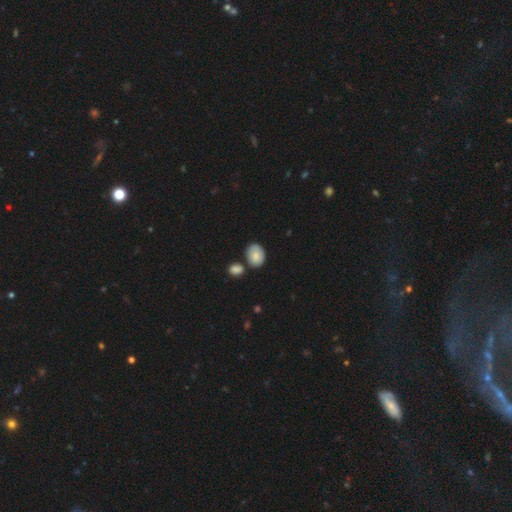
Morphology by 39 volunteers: smooth-or-featured: smooth: 92% | featured or disk: 8% | star or artifact: 0%
  how-rounded: in between: 67% | round: 33% | cigar-shaped: 0%
  merging: none: 77% | minor disturbance: 13% | merger: 10% | major disturbance: 0%